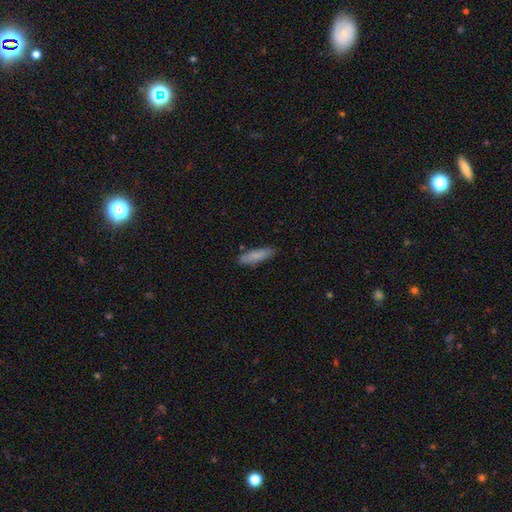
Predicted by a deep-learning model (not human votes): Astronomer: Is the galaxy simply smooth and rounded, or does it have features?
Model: smooth — 83%.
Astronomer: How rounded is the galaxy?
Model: cigar-shaped — 68%.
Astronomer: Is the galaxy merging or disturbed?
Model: none — 84%.